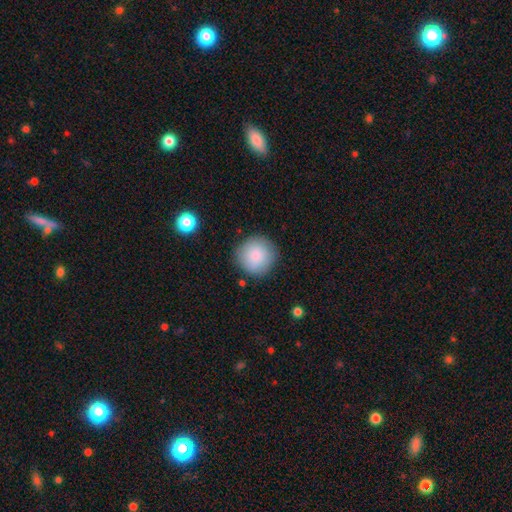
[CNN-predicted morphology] A smooth galaxy with no disk features (85%) that is round (94%). Merging: none (83%).